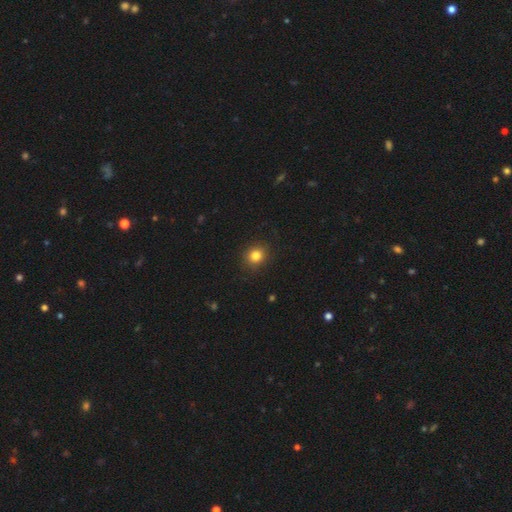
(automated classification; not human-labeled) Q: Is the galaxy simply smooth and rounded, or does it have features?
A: smooth — 83%.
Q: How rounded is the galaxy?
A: round — 84%.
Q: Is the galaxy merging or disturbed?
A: none — 89%.